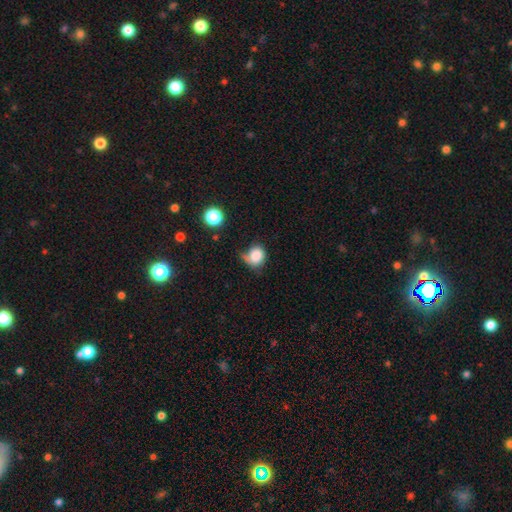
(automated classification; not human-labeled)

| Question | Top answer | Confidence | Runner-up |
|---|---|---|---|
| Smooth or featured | smooth | 82% | featured or disk (9%) |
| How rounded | round | 72% | in between (27%) |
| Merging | none | 40% | minor disturbance (33%) |